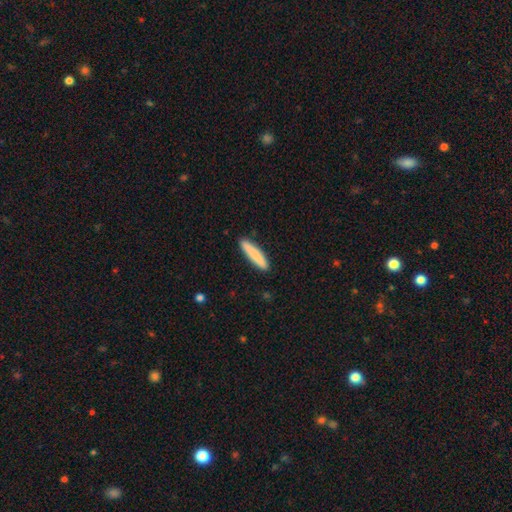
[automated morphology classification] Overall: smooth (83%). How rounded: cigar-shaped (88%). Merging: none (89%).